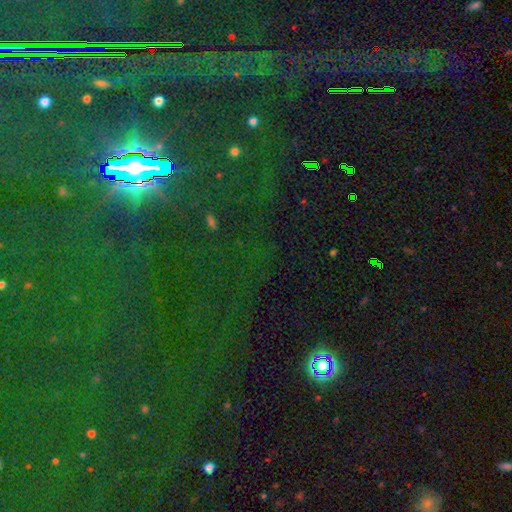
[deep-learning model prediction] smooth-or-featured: star or artifact: 82% | smooth: 10% | featured or disk: 8%